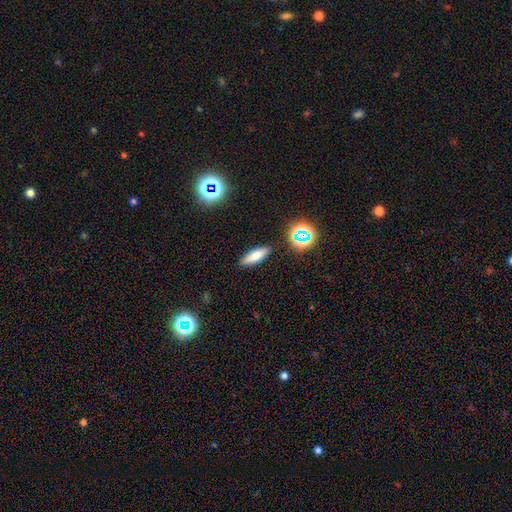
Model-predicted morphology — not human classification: Smooth or featured?
  - smooth: 71% *
  - featured or disk: 17%
  - star or artifact: 12%
How rounded?
  - cigar-shaped: 48% * (tied)
  - in between: 48% * (tied)
  - round: 4%
Merging?
  - none: 87% *
  - minor disturbance: 9%
  - major disturbance: 2%
  - merger: 2%